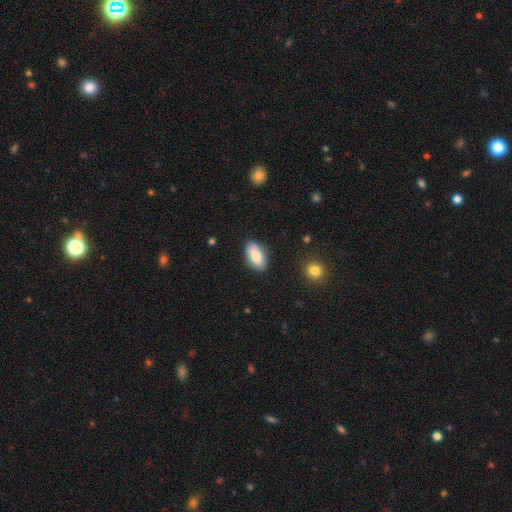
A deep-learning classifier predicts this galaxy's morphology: This is clearly a smooth galaxy (84%). How rounded: clearly in between (90%). Merging: clearly none (85%).